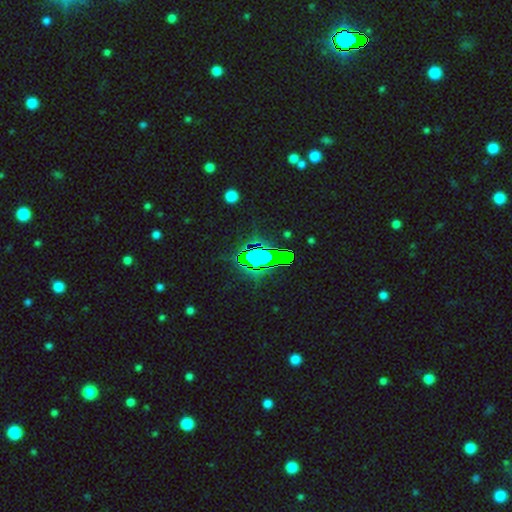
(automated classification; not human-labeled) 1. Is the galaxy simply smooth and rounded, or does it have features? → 70% star or artifact, 17% smooth, 12% featured or disk.